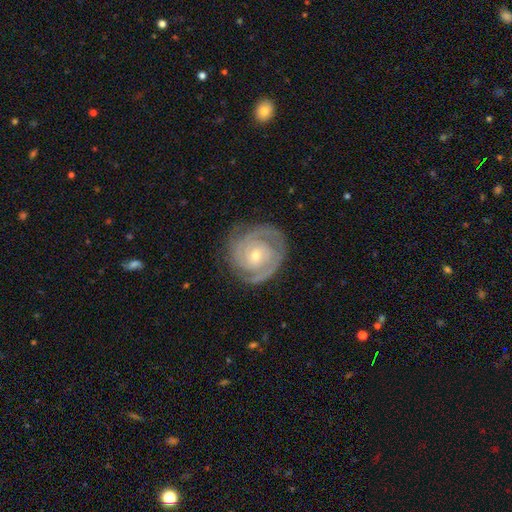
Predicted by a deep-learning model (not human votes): smooth-or-featured: featured or disk: 89% | smooth: 7% | star or artifact: 5%
  disk-edge-on: no: 98% | yes: 2%
    bar: no: 69% | weak: 23% | strong: 7%
    has-spiral-arms: yes: 97% | no: 3%
      spiral-winding: tight: 77% | medium: 20% | loose: 3%
      spiral-arm-count: 2: 52% | 3: 22% | can't tell: 13% | 4: 5% | 1: 4% | more than 4: 4%
    bulge-size: small: 61% | moderate: 36% | large: 1% | none: 1% | dominant: 1%
  merging: none: 81% | minor disturbance: 13% | major disturbance: 4% | merger: 1%